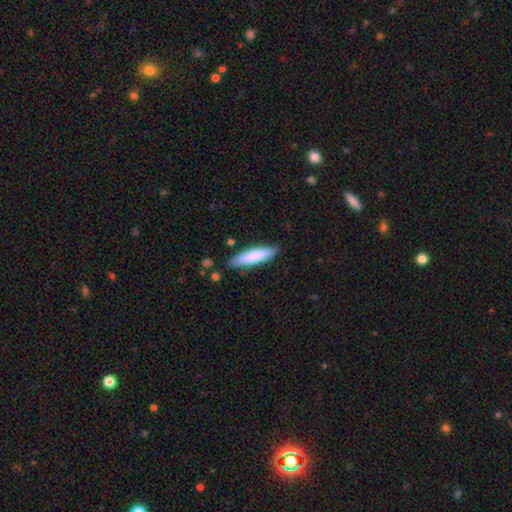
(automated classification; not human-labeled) Morphology: type=smooth (80%); roundness=cigar-shaped (75%); merging=none (85%).